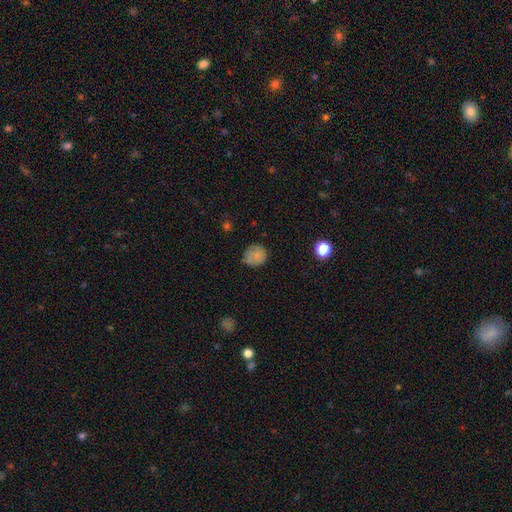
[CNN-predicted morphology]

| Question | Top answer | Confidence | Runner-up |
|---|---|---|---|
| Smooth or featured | smooth | 75% | featured or disk (13%) |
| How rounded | round | 85% | in between (14%) |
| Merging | none | 74% | minor disturbance (19%) |